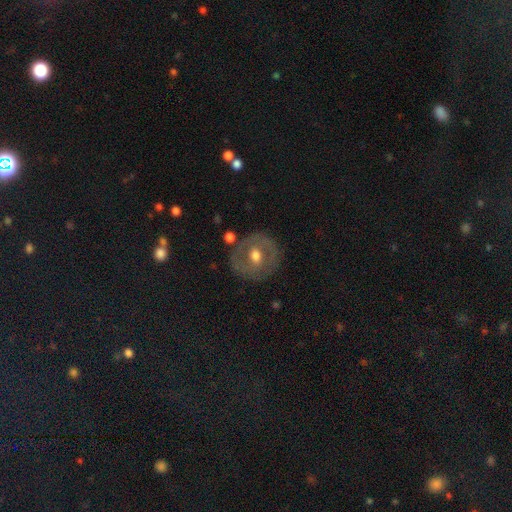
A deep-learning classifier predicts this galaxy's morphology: Overall: featured or disk (51%; smooth 42%). Edge-on disk: no (94%). Merging: none (80%).